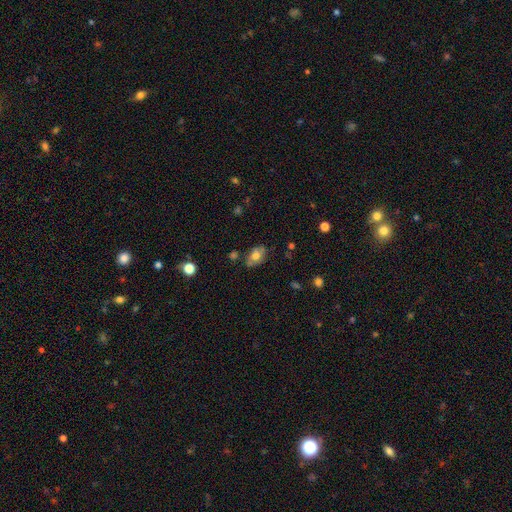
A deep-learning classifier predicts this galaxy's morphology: smooth-or-featured: smooth: 65% | featured or disk: 26% | star or artifact: 9%
  how-rounded: in between: 83% | round: 16% | cigar-shaped: 2%
  merging: none: 71% | minor disturbance: 20% | merger: 5% | major disturbance: 4%